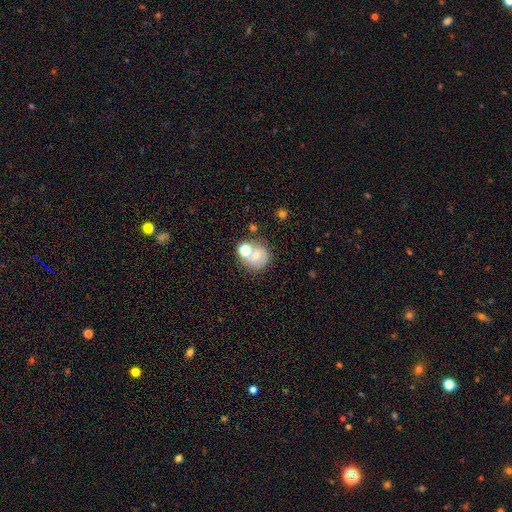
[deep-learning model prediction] smooth_or_featured: smooth (p=0.60) [alt: featured or disk p=0.26]
how_rounded: round (p=0.80) [alt: in between p=0.19]
merging: none (p=0.48) [alt: merger p=0.32]